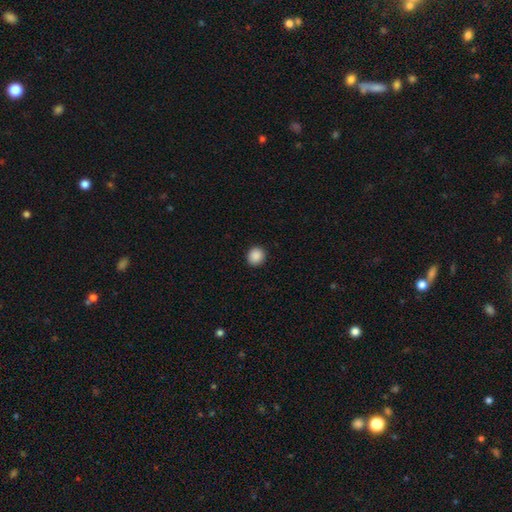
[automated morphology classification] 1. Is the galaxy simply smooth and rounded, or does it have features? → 89% smooth, 9% star or artifact, 2% featured or disk.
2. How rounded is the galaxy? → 88% round, 12% in between, 1% cigar-shaped.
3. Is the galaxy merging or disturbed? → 92% none, 6% minor disturbance, 2% major disturbance, 1% merger.